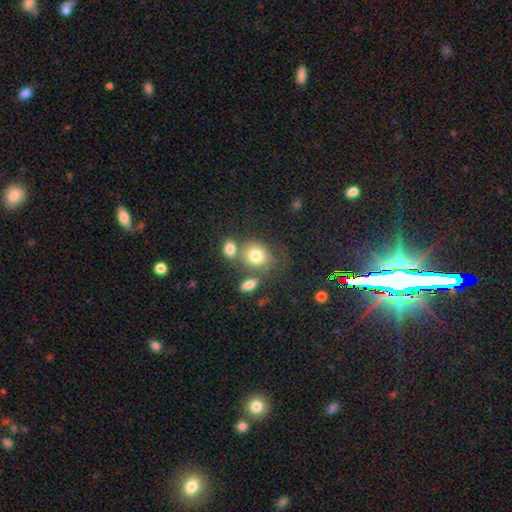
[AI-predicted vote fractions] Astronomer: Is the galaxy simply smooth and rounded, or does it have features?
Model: smooth — 78%.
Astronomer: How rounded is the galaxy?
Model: round — 64%.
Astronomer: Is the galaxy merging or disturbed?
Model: none — 48% (runner-up: merger, 31%).